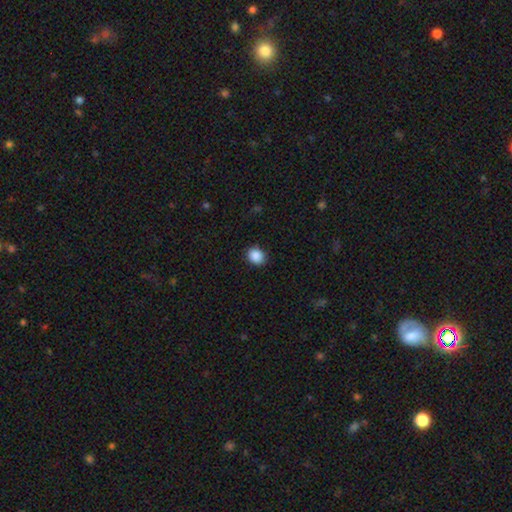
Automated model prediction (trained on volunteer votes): Smooth or featured? Predicted: smooth (p=0.89). How rounded? Predicted: round (p=0.59). Merging? Predicted: none (p=0.88).